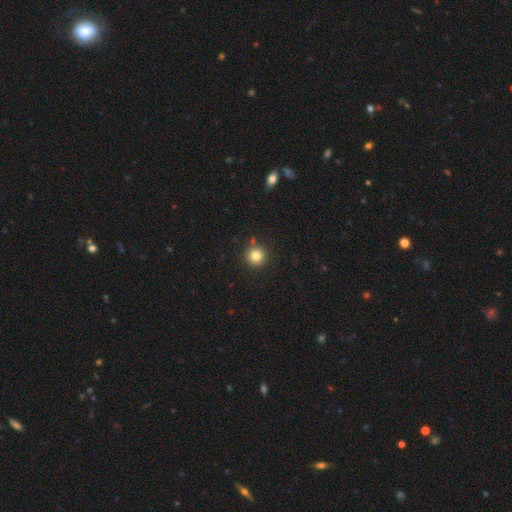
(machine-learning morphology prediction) A smooth galaxy with no disk features (81%) that is round (95%). Merging: none (85%).